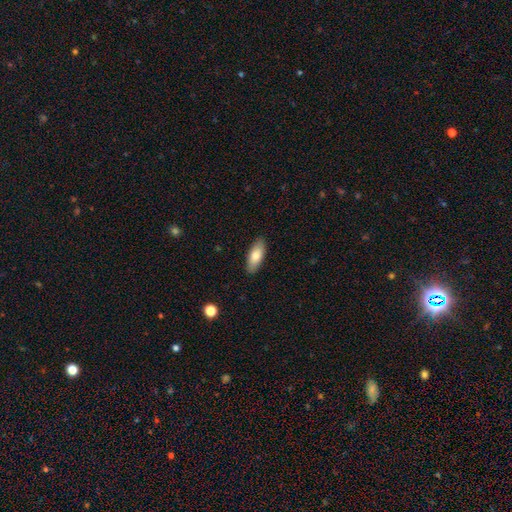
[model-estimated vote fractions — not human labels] smooth_or_featured: smooth (p=0.79) [alt: featured or disk p=0.15]
how_rounded: in between (p=0.77) [alt: cigar-shaped p=0.21]
merging: none (p=0.89) [alt: minor disturbance p=0.09]